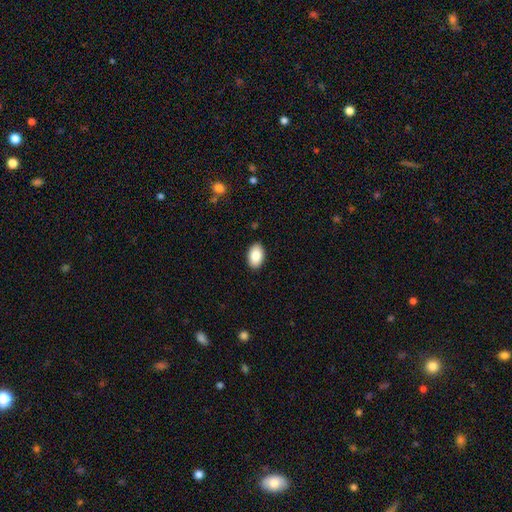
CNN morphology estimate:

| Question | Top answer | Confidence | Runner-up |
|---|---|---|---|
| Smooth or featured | smooth | 86% | featured or disk (7%) |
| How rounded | in between | 93% | round (6%) |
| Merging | none | 89% | minor disturbance (8%) |